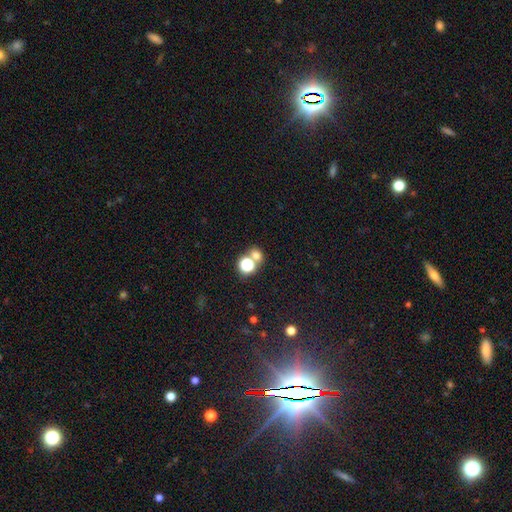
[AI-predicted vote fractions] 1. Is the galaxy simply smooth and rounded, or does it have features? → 64% smooth, 28% star or artifact, 8% featured or disk.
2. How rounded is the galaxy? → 71% round, 28% in between, 1% cigar-shaped.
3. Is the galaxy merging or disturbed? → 56% none, 33% merger, 8% minor disturbance, 4% major disturbance.